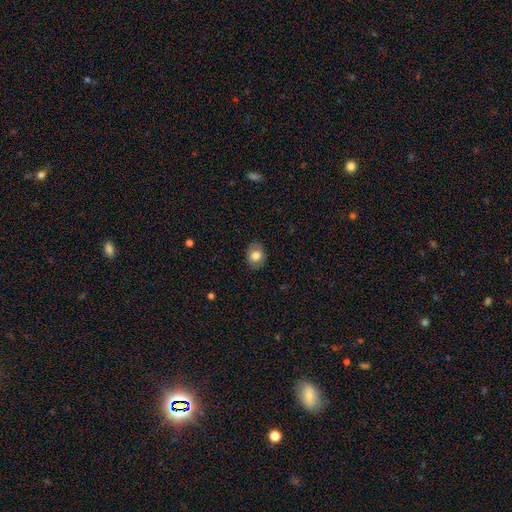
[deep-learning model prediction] This appears to be a smooth galaxy with no disk features (79%) that is in between round and cigar-shaped (53%). Merging: none (86%).